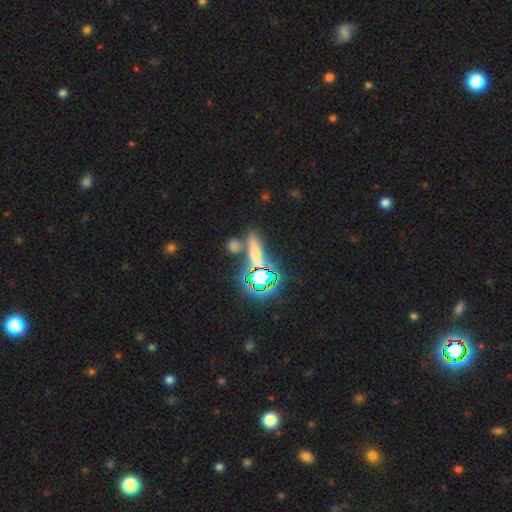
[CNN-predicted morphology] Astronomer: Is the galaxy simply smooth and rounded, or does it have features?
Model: star or artifact — 42% (runner-up: smooth, 41%).